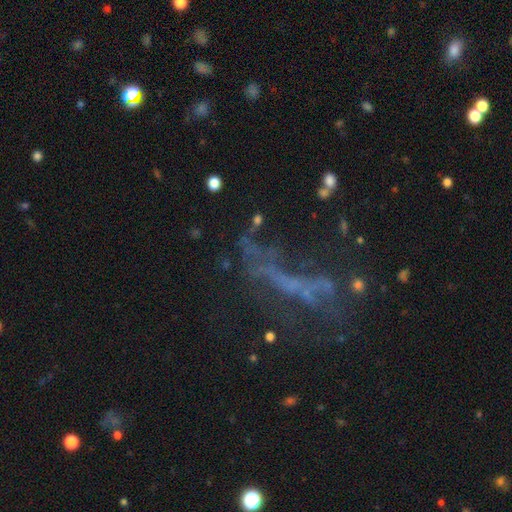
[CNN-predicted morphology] Smooth or featured? featured or disk (49%)
Merging? none (42%)